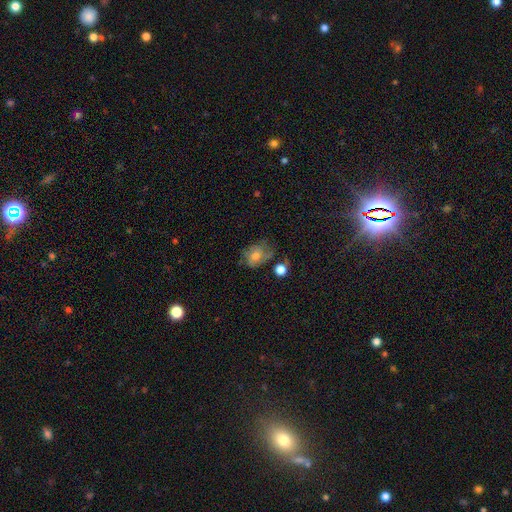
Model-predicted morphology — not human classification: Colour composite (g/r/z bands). It shows a smooth galaxy with no disk features (46%). Merging: none (53%).